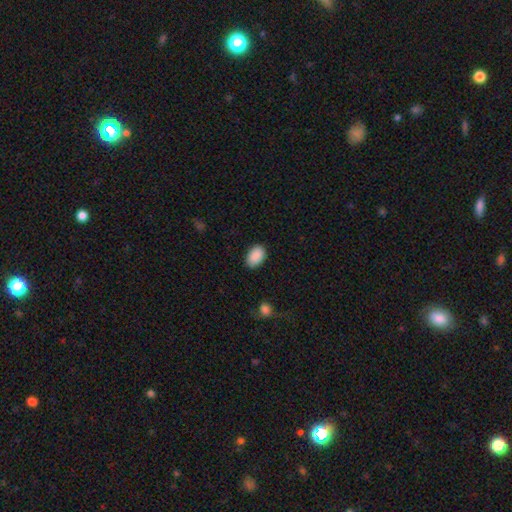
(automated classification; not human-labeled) A smooth galaxy with no disk features (91%) that is in between round and cigar-shaped (89%). Merging: none (85%).